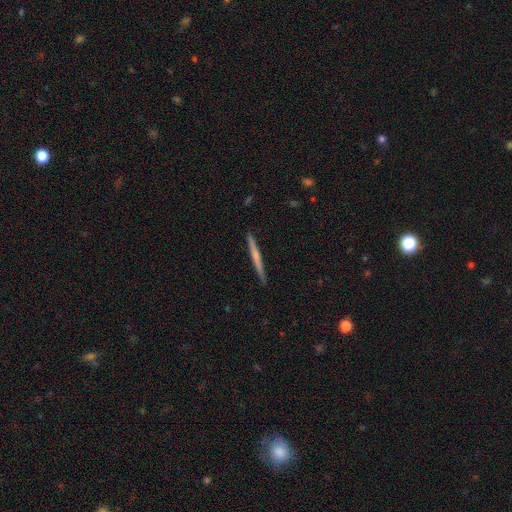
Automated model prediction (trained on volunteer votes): This appears to be a featured or disk galaxy (53%) viewed edge-on (98%) with no central bulge (57%). Merging: none (91%).